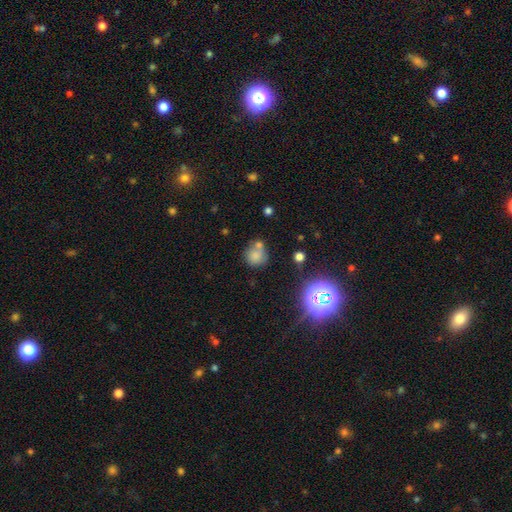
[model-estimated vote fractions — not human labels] Morphology: type=smooth (71%); roundness=round (80%); merging=none (46%).